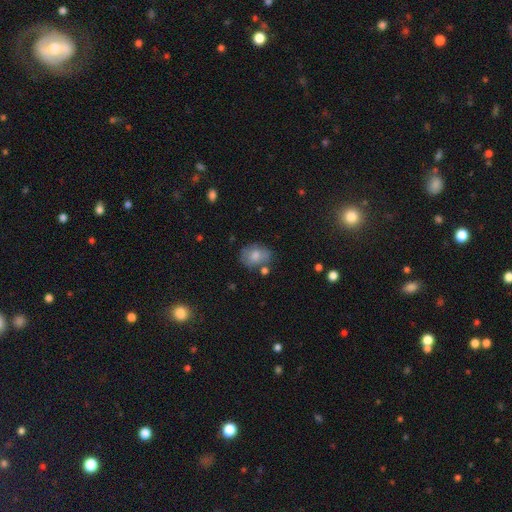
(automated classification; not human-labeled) This is likely a smooth galaxy (74%). How rounded: likely in between (66%). Merging: likely none (64%).